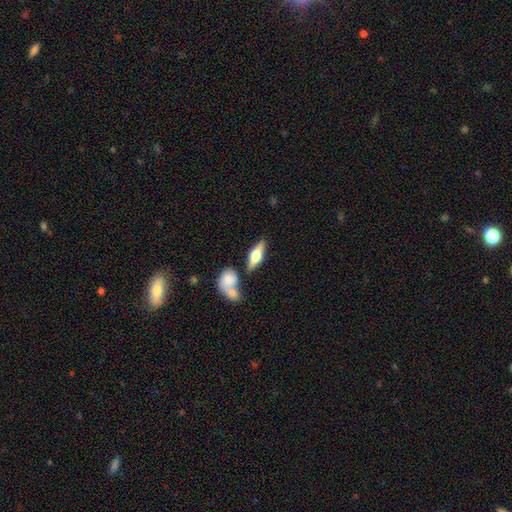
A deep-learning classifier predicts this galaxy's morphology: Smooth or featured: featured or disk — 53% (smooth — 40%)
Edge-on disk: yes — 89% (no — 11%)
Merging: none — 69% (merger — 16%)